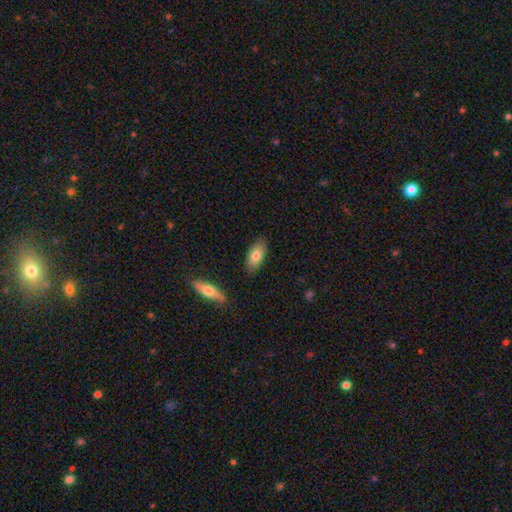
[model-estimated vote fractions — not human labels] smooth-or-featured: smooth: 77% | featured or disk: 17% | star or artifact: 6%
  how-rounded: in between: 90% | cigar-shaped: 7% | round: 3%
  merging: none: 85% | minor disturbance: 11% | merger: 2% | major disturbance: 2%